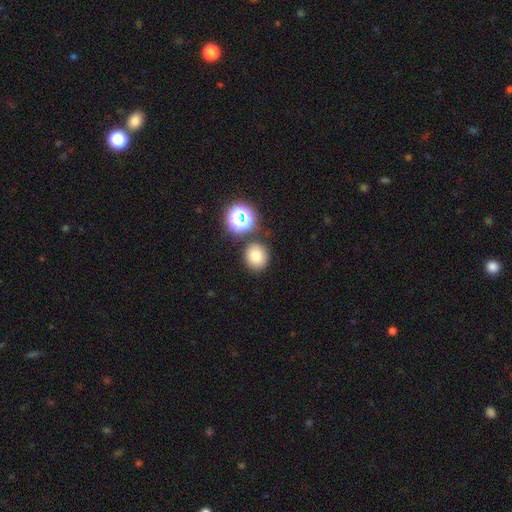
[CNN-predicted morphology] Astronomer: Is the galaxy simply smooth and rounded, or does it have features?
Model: smooth — 77%.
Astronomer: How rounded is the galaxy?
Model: round — 81%.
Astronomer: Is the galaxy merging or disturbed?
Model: none — 80%.